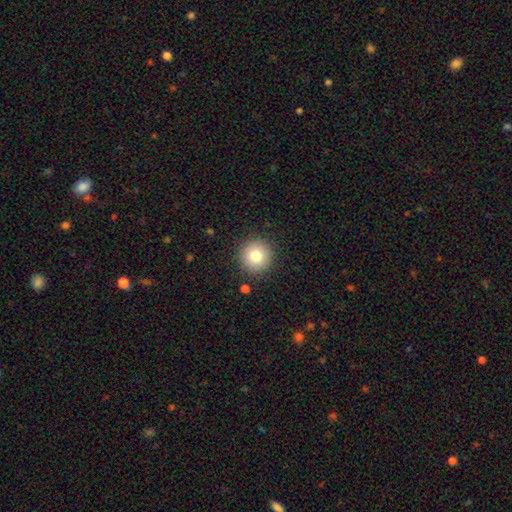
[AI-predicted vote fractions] smooth-or-featured: smooth: 79% | star or artifact: 11% | featured or disk: 11%
  how-rounded: round: 95% | in between: 4% | cigar-shaped: 1%
  merging: none: 90% | minor disturbance: 6% | major disturbance: 2% | merger: 2%